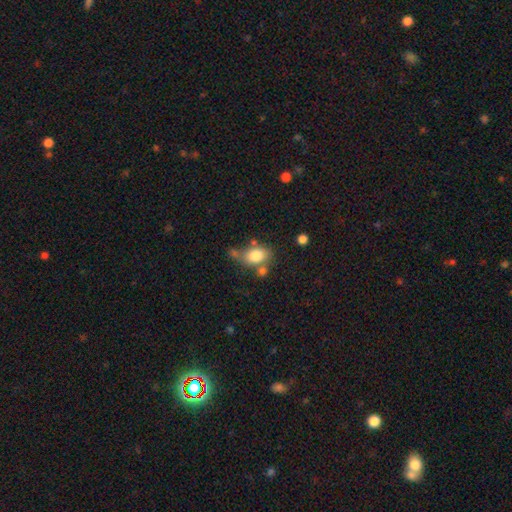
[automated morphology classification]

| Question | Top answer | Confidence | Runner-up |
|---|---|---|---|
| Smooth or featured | smooth | 79% | featured or disk (12%) |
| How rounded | in between | 73% | round (25%) |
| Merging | none | 52% | merger (21%) |